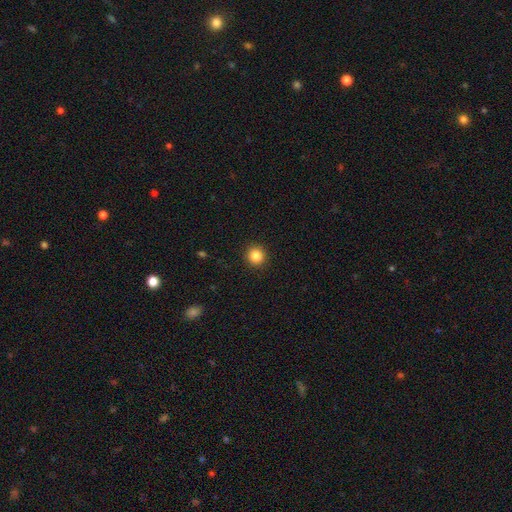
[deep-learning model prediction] A smooth galaxy with no disk features (85%) that is round (93%). Merging: none (93%).